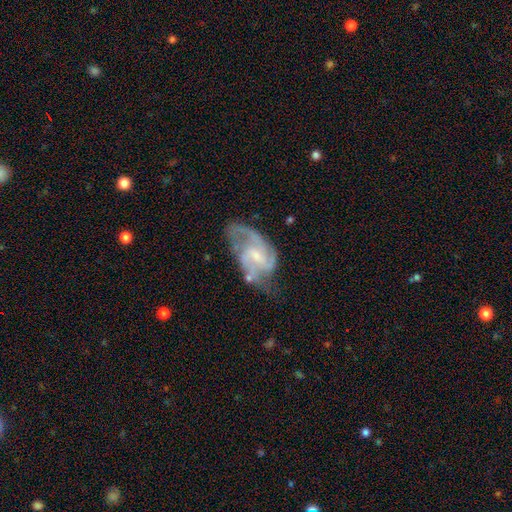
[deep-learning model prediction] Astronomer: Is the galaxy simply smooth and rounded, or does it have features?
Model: featured or disk — 85%.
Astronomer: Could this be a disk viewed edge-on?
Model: no — 97%.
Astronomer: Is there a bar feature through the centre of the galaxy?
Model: weak — 51% (runner-up: no, 35%).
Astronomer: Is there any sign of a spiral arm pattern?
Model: yes — 95%.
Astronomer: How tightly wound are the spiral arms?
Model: medium — 53%.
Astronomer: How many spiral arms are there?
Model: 2 — 57%.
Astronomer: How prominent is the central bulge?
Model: small — 51% (runner-up: moderate, 32%).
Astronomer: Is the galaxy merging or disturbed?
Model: none — 55%.